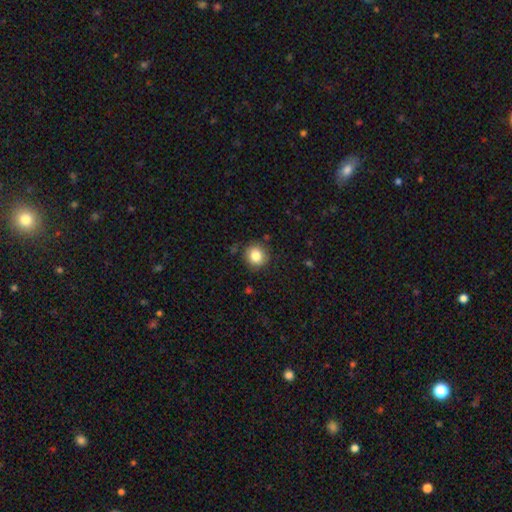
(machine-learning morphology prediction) Smooth or featured? smooth (83%)
How rounded? round (89%)
Merging? none (87%)